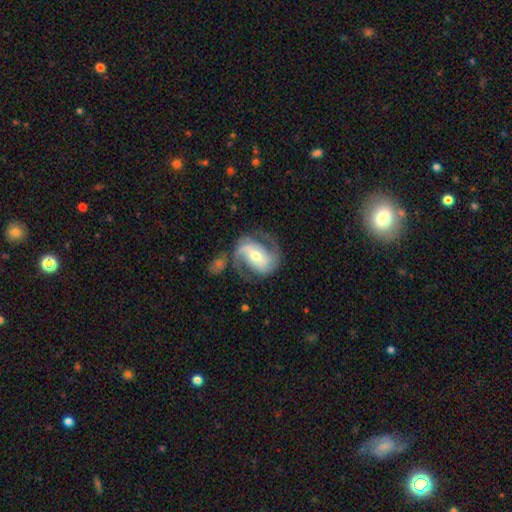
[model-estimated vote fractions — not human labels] Smooth or featured: featured or disk — 87% (smooth — 9%)
Edge-on disk: no — 97% (yes — 3%)
Bar: weak — 38% (strong — 34%)
Spiral arms: yes — 96% (no — 4%)
Spiral winding: medium — 50% (loose — 27%)
Spiral arm count: 2 — 87% (can't tell — 4%)
Bulge size: moderate — 60% (small — 33%)
Merging: none — 63% (minor disturbance — 17%)